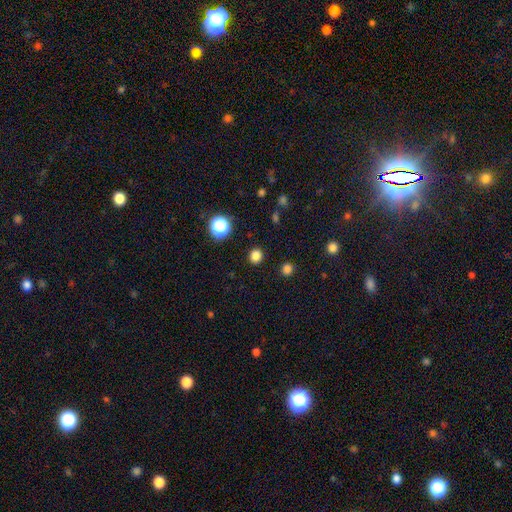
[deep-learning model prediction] Overall: smooth (82%). How rounded: round (87%). Merging: none (91%).